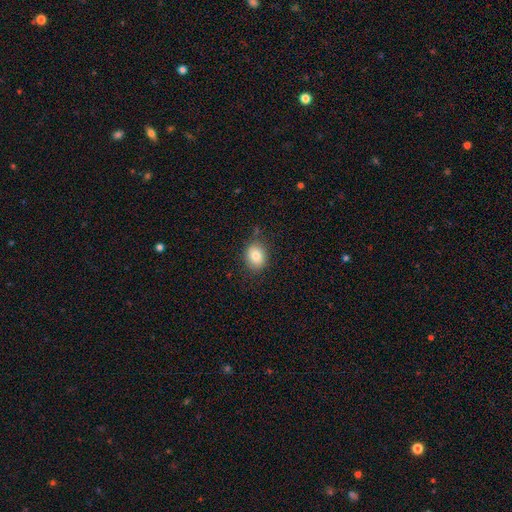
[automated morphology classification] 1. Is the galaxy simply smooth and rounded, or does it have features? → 83% smooth, 9% star or artifact, 8% featured or disk.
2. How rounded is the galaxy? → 52% in between, 47% round, 1% cigar-shaped.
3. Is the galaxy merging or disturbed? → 80% none, 15% minor disturbance, 3% major disturbance, 2% merger.